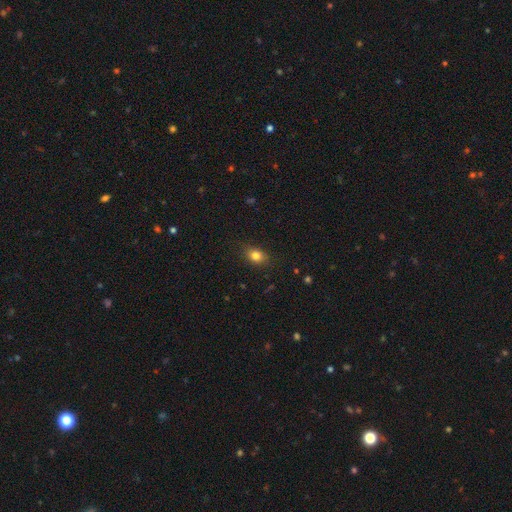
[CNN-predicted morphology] Overall: smooth (81%). How rounded: in between (63%; round 35%). Merging: none (82%).